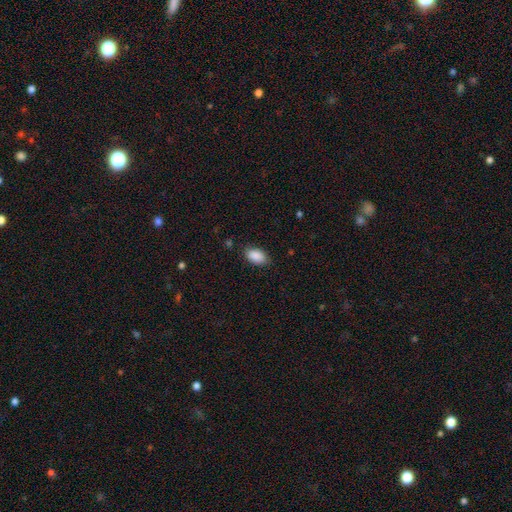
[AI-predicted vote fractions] The model was most divided on "merging": none: 83%, minor disturbance: 13%, major disturbance: 3%, merger: 1%. More confident: how rounded — in between (93%); smooth or featured — smooth (89%).